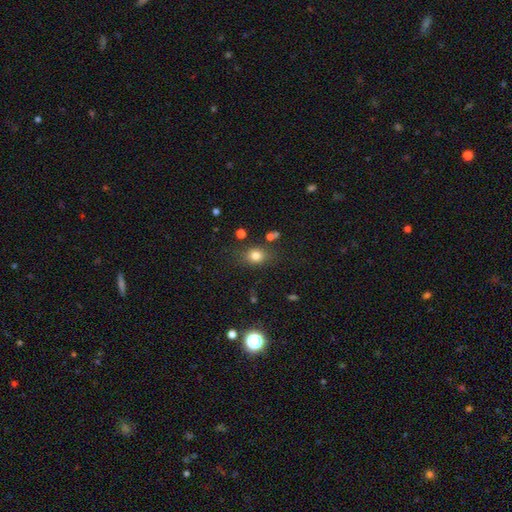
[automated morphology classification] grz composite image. It shows a smooth galaxy with no disk features (78%) that is round (53%). Merging: none (77%).